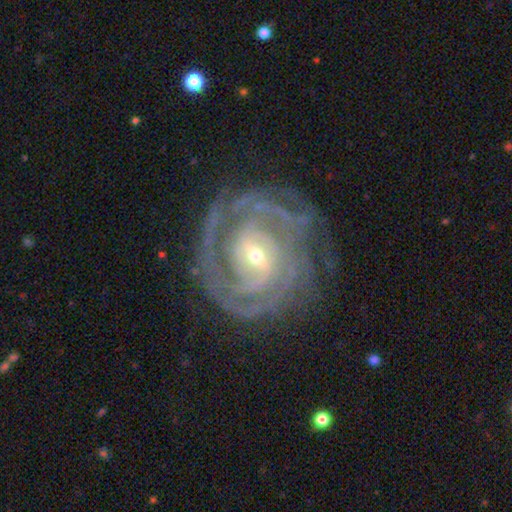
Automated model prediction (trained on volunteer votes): featured or disk 89%, star or artifact 5%, smooth 5%. Down the decision tree: edge-on disk — no (97%); bar — no (40%, tied with weak); spiral arms — yes (96%); spiral arm count — can't tell (28%); spiral winding — tight (76%); bulge size — small (59%); merging — none (74%).